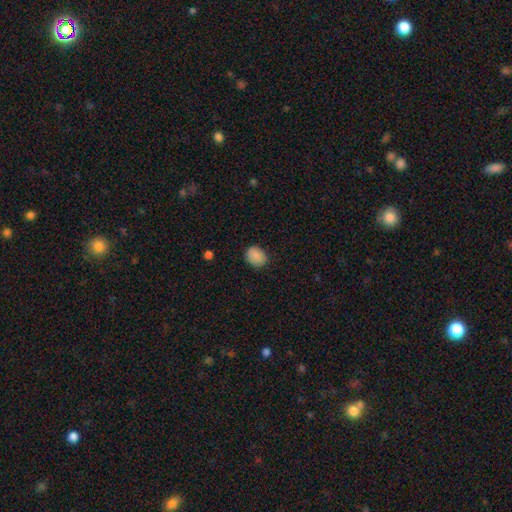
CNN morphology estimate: Q: Smooth or featured?
A: smooth (88%); runner-up: star or artifact (8%)
Q: How rounded?
A: in between (51%); runner-up: round (48%)
Q: Merging?
A: none (84%); runner-up: minor disturbance (12%)